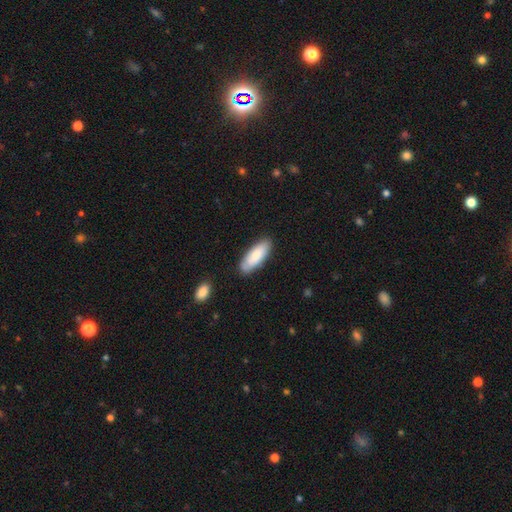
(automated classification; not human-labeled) This appears to be a smooth galaxy with no disk features (80%) that is in between round and cigar-shaped (71%). Merging: none (80%).